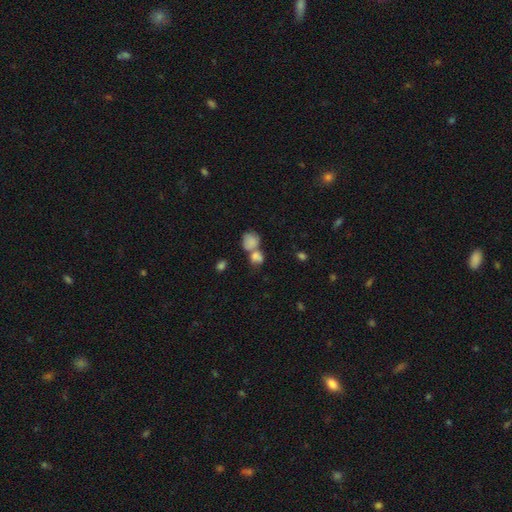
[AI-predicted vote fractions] Smooth or featured? Predicted: smooth (p=0.76). How rounded? Predicted: round (p=0.61). Merging? Predicted: merger (p=0.58).